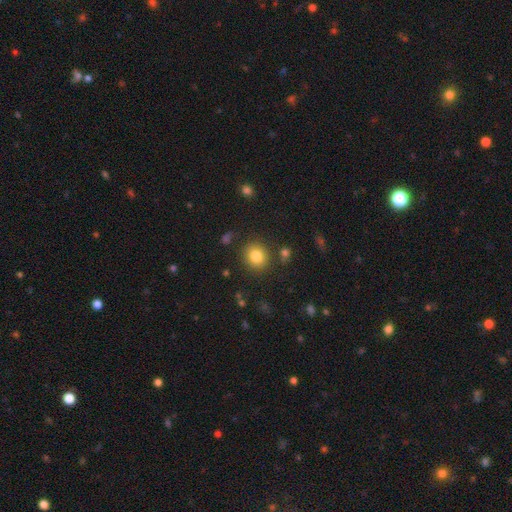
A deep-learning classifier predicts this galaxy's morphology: Smooth or featured? Predicted: smooth (p=0.82). How rounded? Predicted: round (p=0.81). Merging? Predicted: none (p=0.86).